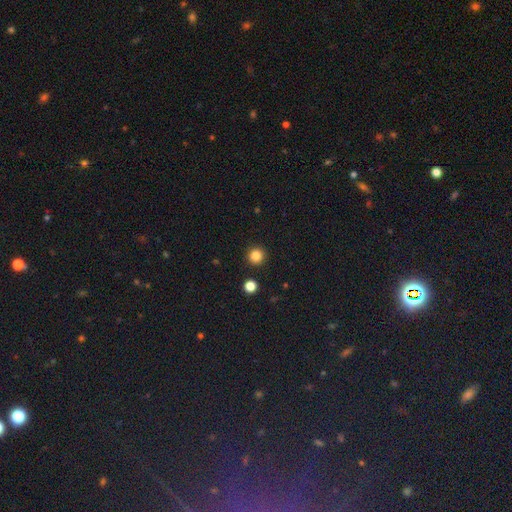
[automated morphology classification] smooth-or-featured: smooth: 85% | star or artifact: 12% | featured or disk: 3%
  how-rounded: round: 96% | in between: 3% | cigar-shaped: 1%
  merging: none: 92% | minor disturbance: 4% | merger: 2% | major disturbance: 2%